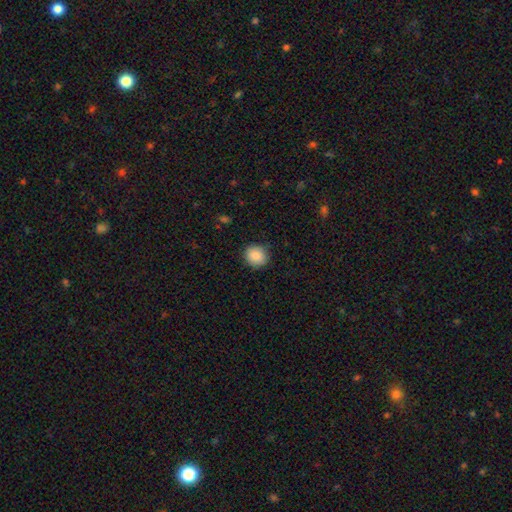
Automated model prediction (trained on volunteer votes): A smooth galaxy with no disk features (88%) that is round (82%). Merging: none (87%).